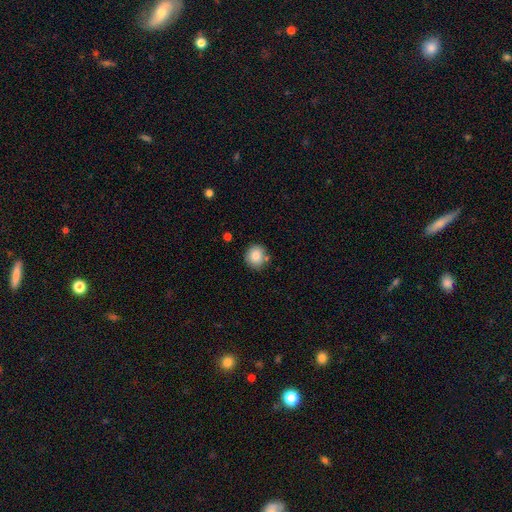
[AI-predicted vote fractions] A smooth galaxy with no disk features (82%) that is round (89%). Merging: none (79%).